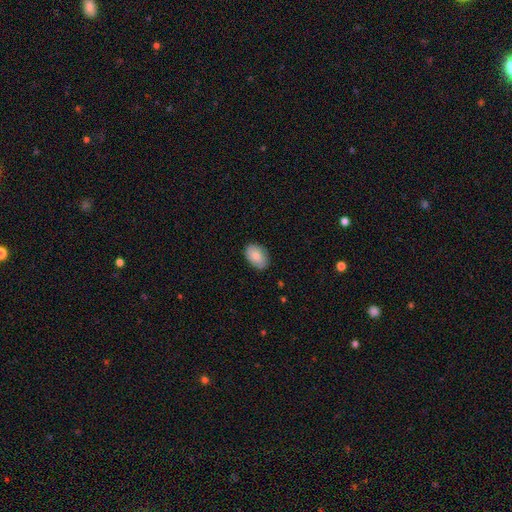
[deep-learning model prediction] Smooth or featured? Predicted: smooth (p=0.82). How rounded? Predicted: in between (p=0.87). Merging? Predicted: none (p=0.84).